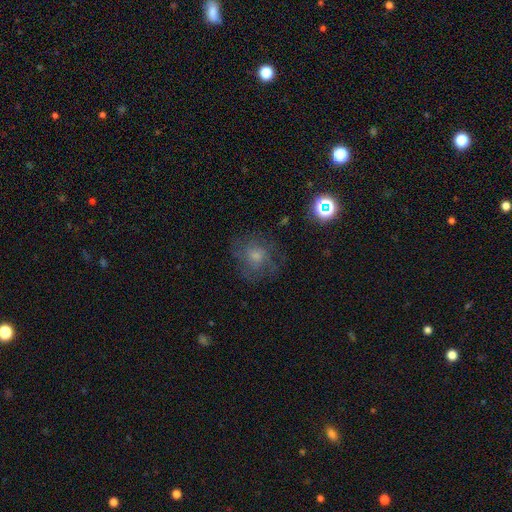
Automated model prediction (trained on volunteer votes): smooth 50%, featured or disk 34%, star or artifact 16%. Down the decision tree: how rounded — round (76%); merging — none (64%).